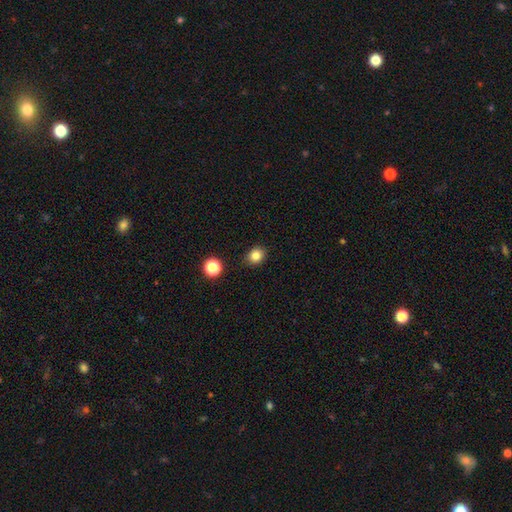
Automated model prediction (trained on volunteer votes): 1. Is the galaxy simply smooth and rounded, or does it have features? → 83% smooth, 12% star or artifact, 5% featured or disk.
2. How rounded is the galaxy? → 65% round, 34% in between, 1% cigar-shaped.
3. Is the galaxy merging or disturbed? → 87% none, 9% minor disturbance, 2% major disturbance, 2% merger.